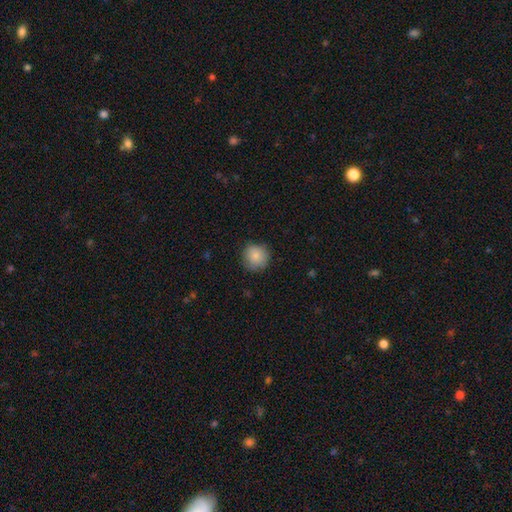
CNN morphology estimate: smooth-or-featured: smooth: 85% | star or artifact: 9% | featured or disk: 6%
  how-rounded: round: 93% | in between: 6% | cigar-shaped: 1%
  merging: none: 85% | minor disturbance: 12% | major disturbance: 3% | merger: 1%